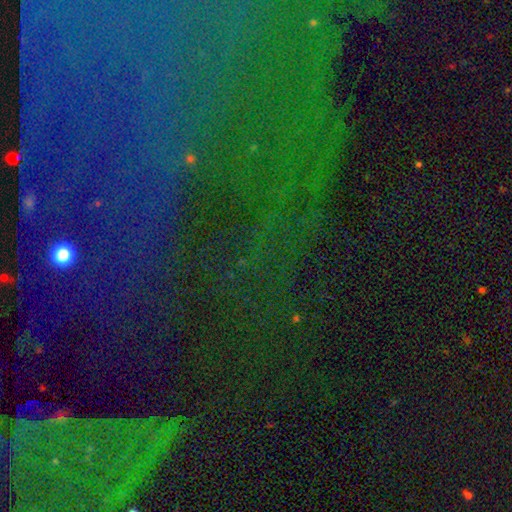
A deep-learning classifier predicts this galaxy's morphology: A star or artifact, not a galaxy (80%).